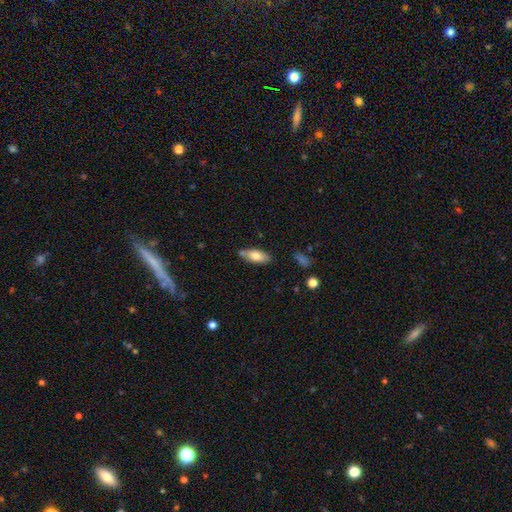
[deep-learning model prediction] smooth_or_featured: smooth (p=0.77) [alt: featured or disk p=0.17]
how_rounded: in between (p=0.81) [alt: cigar-shaped p=0.17]
merging: none (p=0.71) [alt: minor disturbance p=0.17]